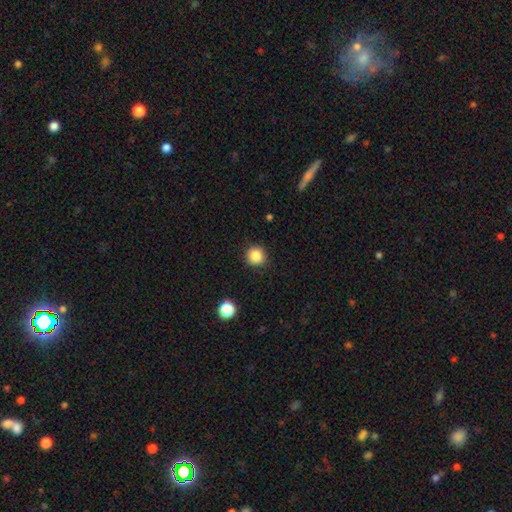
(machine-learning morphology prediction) Smooth or featured: smooth — 85% (star or artifact — 11%)
How rounded: round — 94% (in between — 5%)
Merging: none — 91% (minor disturbance — 6%)